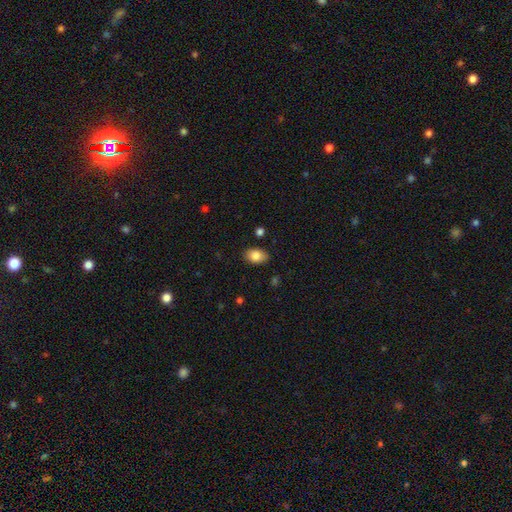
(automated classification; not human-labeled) Overall: smooth (85%). How rounded: in between (84%). Merging: none (86%).